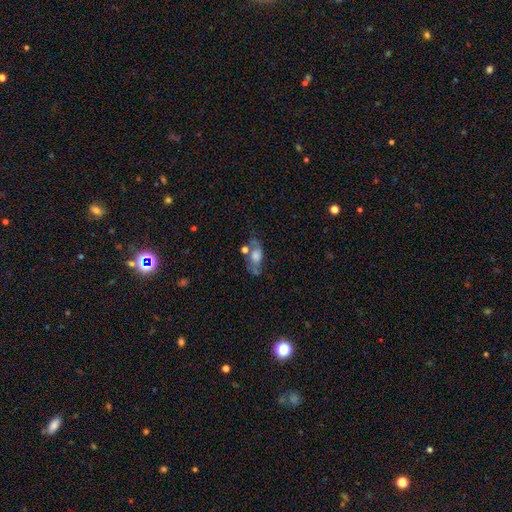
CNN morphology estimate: Q: Smooth or featured?
A: smooth (45%); tied with: featured or disk (45%)
Q: Merging?
A: none (40%); runner-up: minor disturbance (23%)